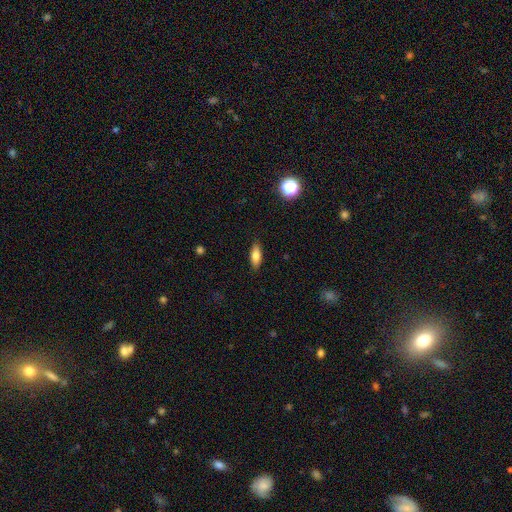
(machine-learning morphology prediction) smooth 77%, featured or disk 15%, star or artifact 8%. Down the decision tree: how rounded — in between (73%); merging — none (87%).